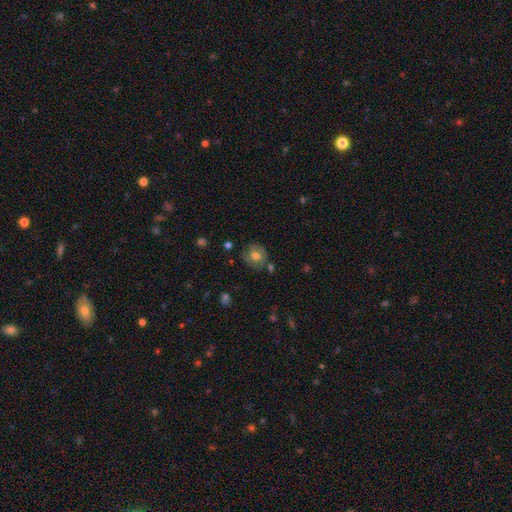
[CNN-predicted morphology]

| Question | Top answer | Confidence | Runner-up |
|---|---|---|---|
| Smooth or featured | smooth | 55% | featured or disk (35%) |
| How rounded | round | 70% | in between (29%) |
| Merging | none | 68% | minor disturbance (20%) |